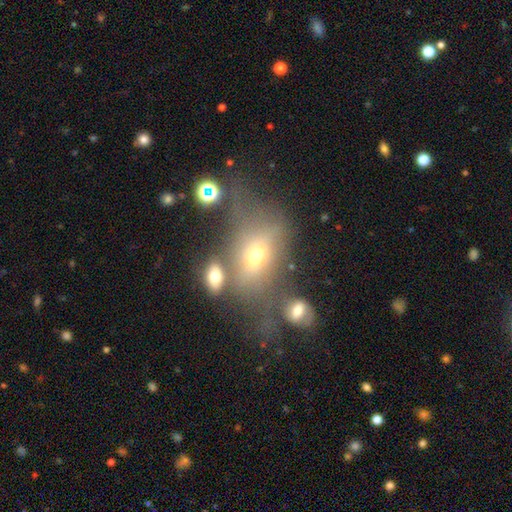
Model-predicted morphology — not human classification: This is possibly a smooth galaxy (53%). How rounded: likely in between (68%). Merging: marginally none (33%).